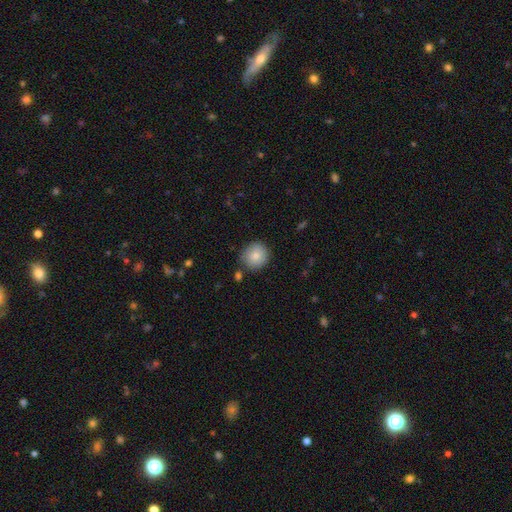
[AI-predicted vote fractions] This is clearly a smooth galaxy (84%). How rounded: clearly round (90%). Merging: clearly none (82%).